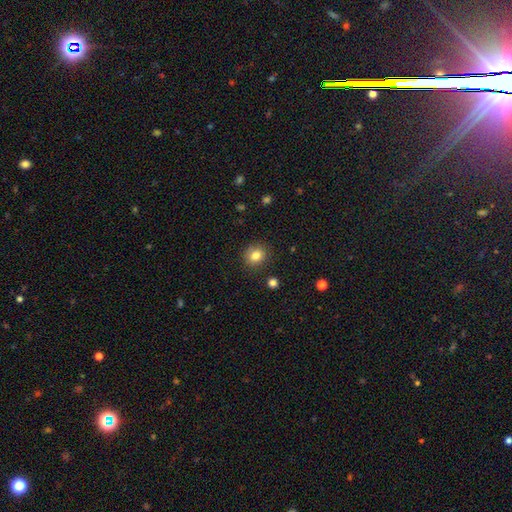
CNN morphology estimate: A smooth galaxy with no disk features (82%) that is round (82%). Merging: none (87%).